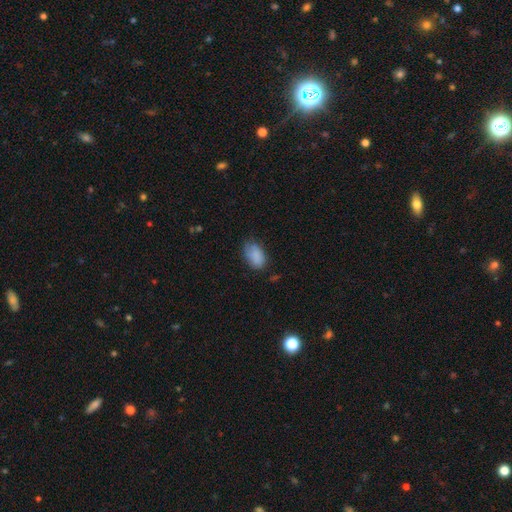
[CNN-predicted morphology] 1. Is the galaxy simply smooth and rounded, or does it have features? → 86% smooth, 8% star or artifact, 6% featured or disk.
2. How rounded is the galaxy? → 91% in between, 8% round, 2% cigar-shaped.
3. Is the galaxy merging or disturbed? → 64% none, 28% minor disturbance, 6% major disturbance, 2% merger.